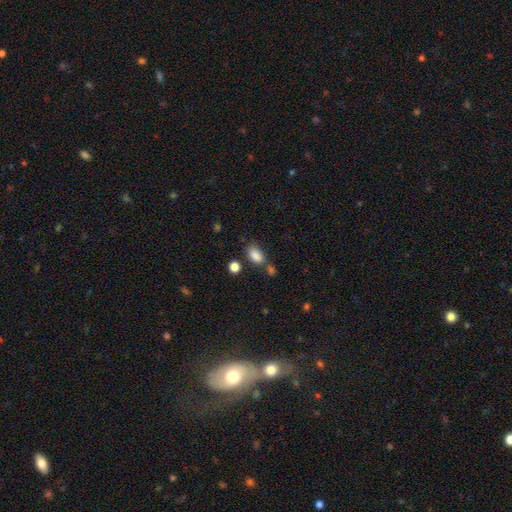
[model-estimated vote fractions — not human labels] Smooth or featured? Predicted: smooth (p=0.86). How rounded? Predicted: in between (p=0.88). Merging? Predicted: none (p=0.60).